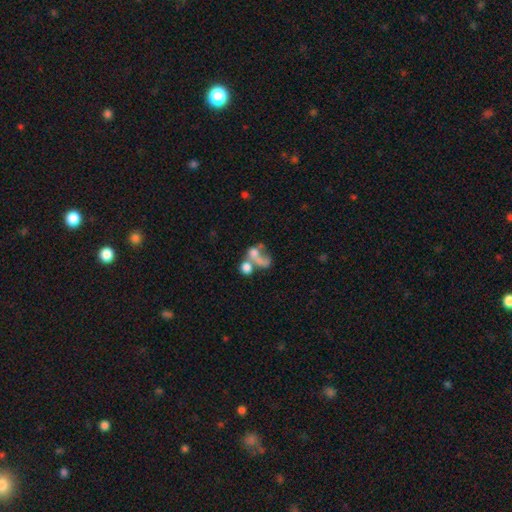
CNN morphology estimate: The model was most divided on "how rounded": in between: 49%, round: 48%, cigar-shaped: 3%. More confident: merging — merger (55%); smooth or featured — smooth (52%).